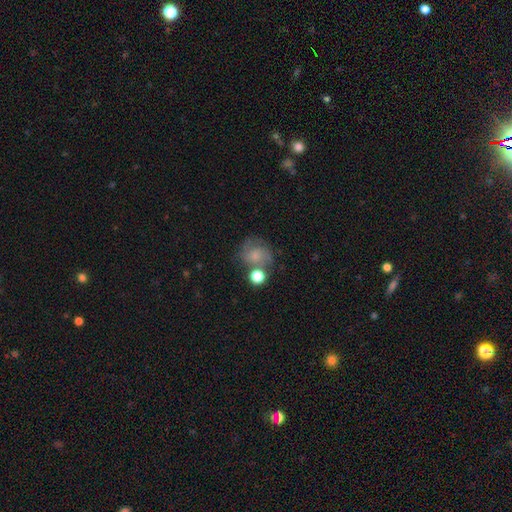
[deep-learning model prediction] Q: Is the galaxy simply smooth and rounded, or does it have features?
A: smooth — 54%.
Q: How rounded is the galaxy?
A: round — 74%.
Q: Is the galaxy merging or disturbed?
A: none — 49%.